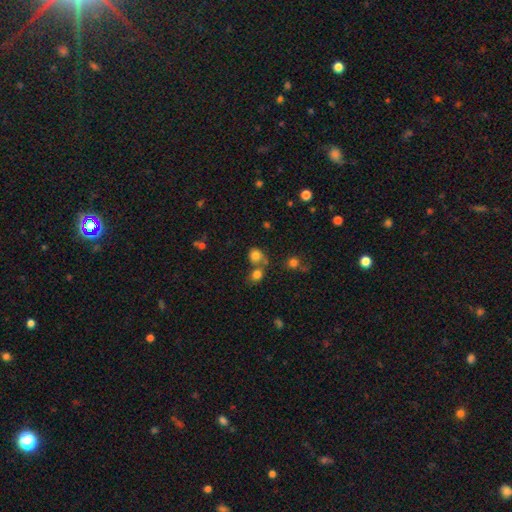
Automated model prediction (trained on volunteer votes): Smooth or featured? smooth (78%)
How rounded? round (73%)
Merging? none (49%)